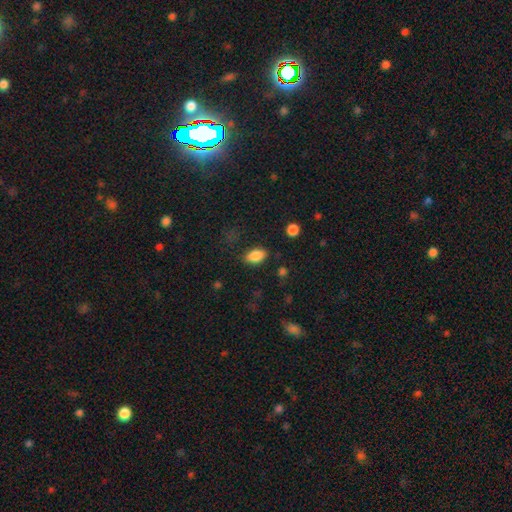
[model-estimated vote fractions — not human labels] A smooth galaxy with no disk features (86%) that is in between round and cigar-shaped (89%). Merging: none (82%).